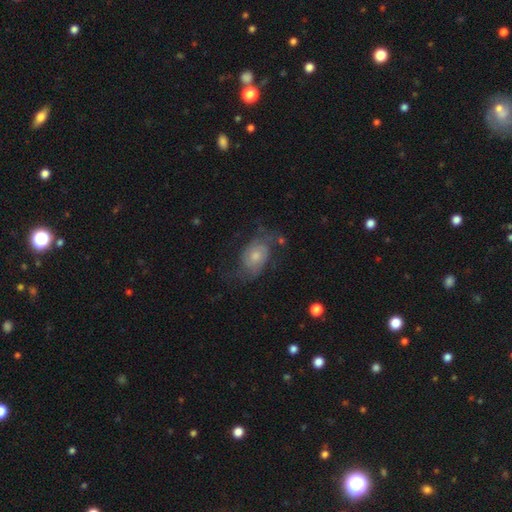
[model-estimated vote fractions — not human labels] This appears to be a featured or disk galaxy (64%) with no bar (75%), 2 (65%) medium (41%) spiral arms (82%) and a moderate central bulge (52%). Merging: none (50%).